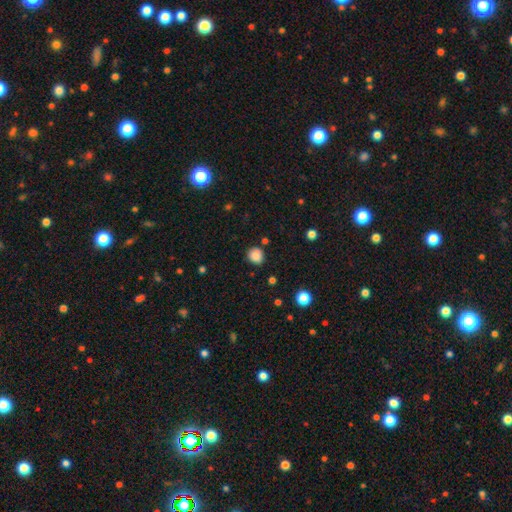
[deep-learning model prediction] A smooth galaxy with no disk features (85%) that is round (79%).

Vote fractions:
- Smooth or featured? smooth: 85% / star or artifact: 10% / featured or disk: 4%
- How rounded? round: 79% / in between: 20% / cigar-shaped: 1%
- Merging? none: 82% / minor disturbance: 12% / merger: 3% / major disturbance: 3%